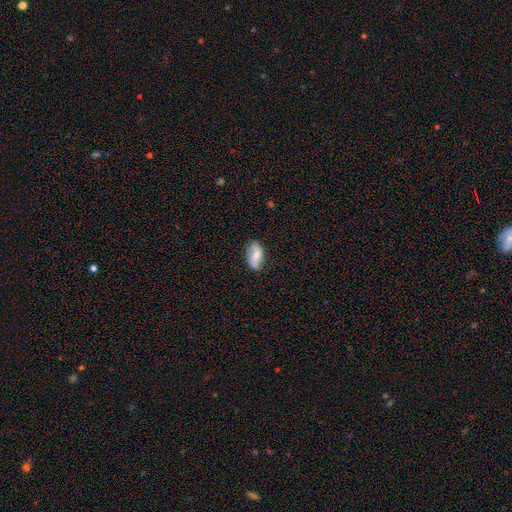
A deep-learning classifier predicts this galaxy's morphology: Smooth or featured?
  - smooth: 53% *
  - featured or disk: 40%
  - star or artifact: 7%
How rounded?
  - in between: 92% *
  - round: 5%
  - cigar-shaped: 4%
Merging?
  - none: 73% *
  - minor disturbance: 21%
  - major disturbance: 4%
  - merger: 2%